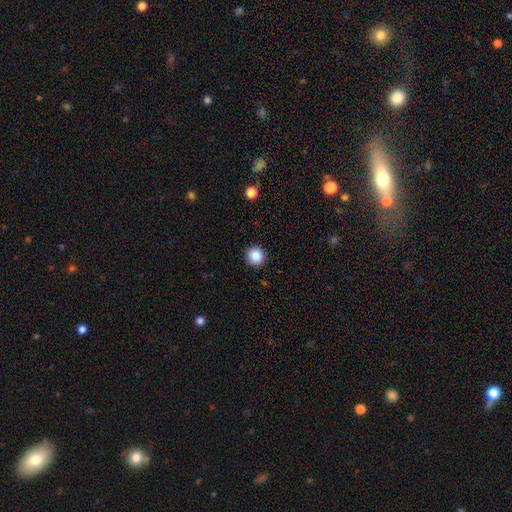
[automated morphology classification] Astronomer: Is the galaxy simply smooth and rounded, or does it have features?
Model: smooth — 86%.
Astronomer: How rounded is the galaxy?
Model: round — 94%.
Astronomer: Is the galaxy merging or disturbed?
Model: none — 92%.